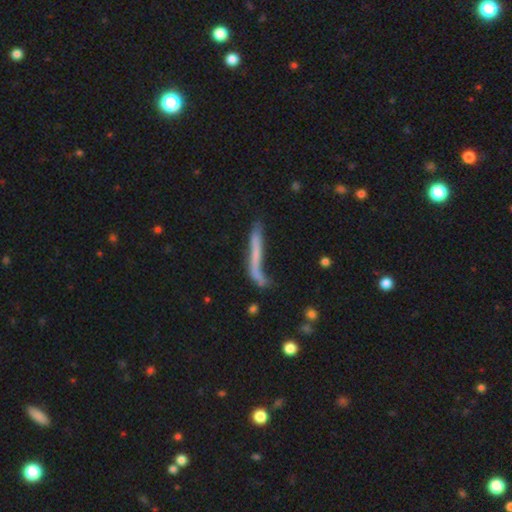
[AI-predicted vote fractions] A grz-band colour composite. It shows a smooth galaxy with no disk features (51%) that is cigar-shaped (92%). Merging: none (44%).